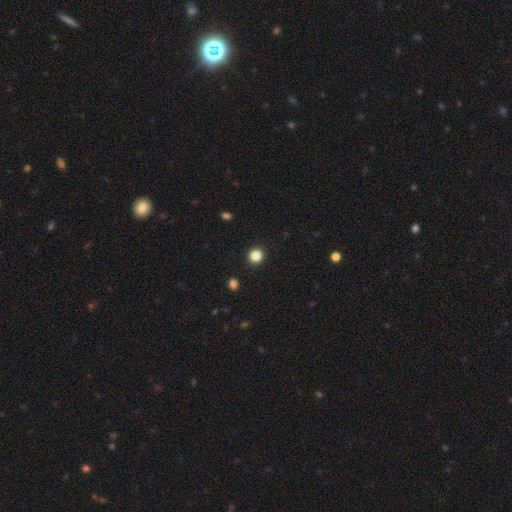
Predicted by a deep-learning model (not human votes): smooth 85%, star or artifact 12%, featured or disk 3%. Down the decision tree: how rounded — round (91%); merging — none (93%).